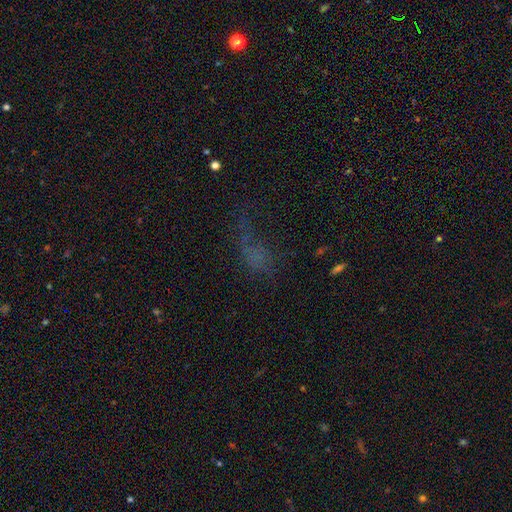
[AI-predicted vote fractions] This appears to be a smooth galaxy with no disk features (44%). Merging: major disturbance (43%).